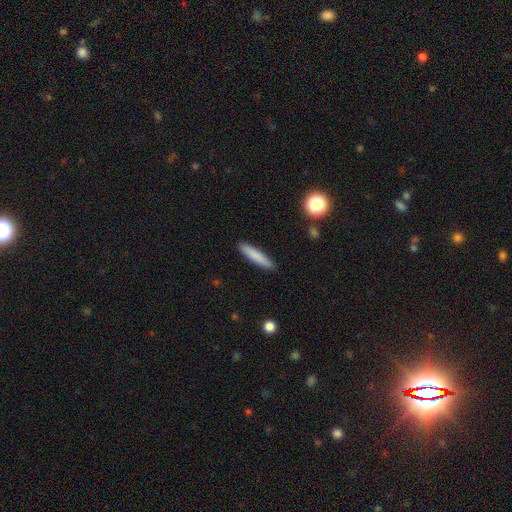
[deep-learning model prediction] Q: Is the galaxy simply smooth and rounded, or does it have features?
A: smooth — 81%.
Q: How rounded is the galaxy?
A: cigar-shaped — 89%.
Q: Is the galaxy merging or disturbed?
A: none — 90%.